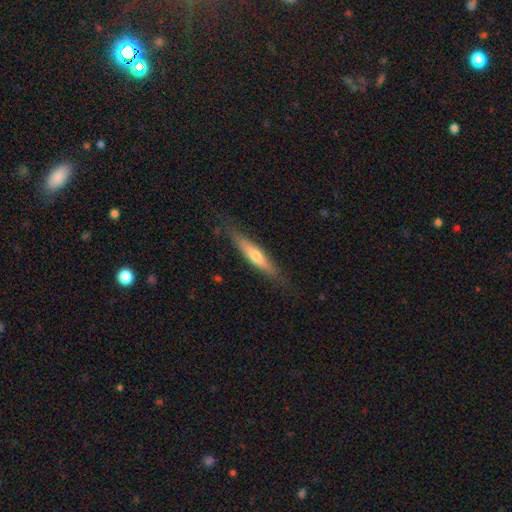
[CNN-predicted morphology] This appears to be a smooth galaxy with no disk features (47%). Merging: none (81%).